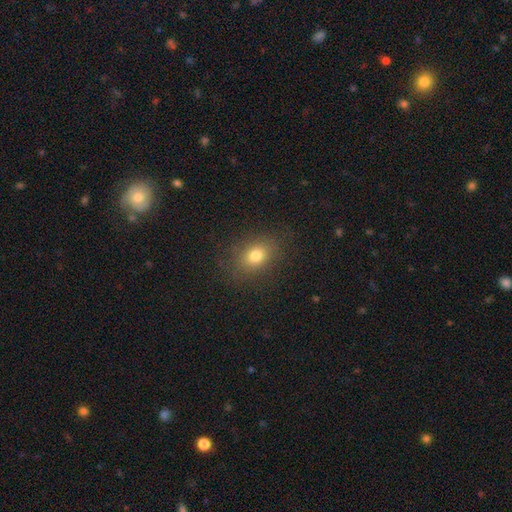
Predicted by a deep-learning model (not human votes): smooth-or-featured: smooth: 78% | star or artifact: 13% | featured or disk: 9%
  how-rounded: in between: 60% | round: 39% | cigar-shaped: 1%
  merging: none: 84% | minor disturbance: 11% | major disturbance: 4% | merger: 1%